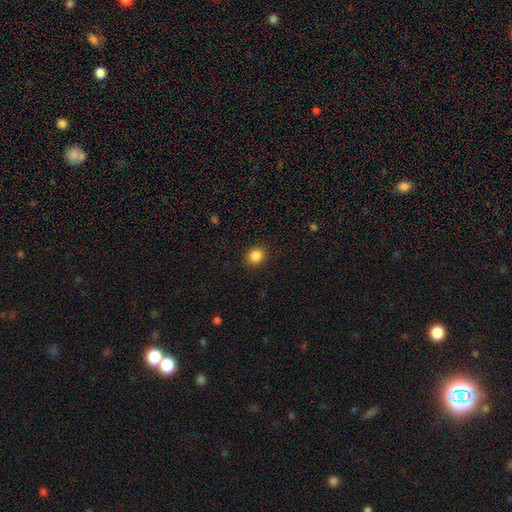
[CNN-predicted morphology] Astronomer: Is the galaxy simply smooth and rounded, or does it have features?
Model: smooth — 86%.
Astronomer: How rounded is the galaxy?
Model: round — 73%.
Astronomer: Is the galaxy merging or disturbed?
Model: none — 90%.